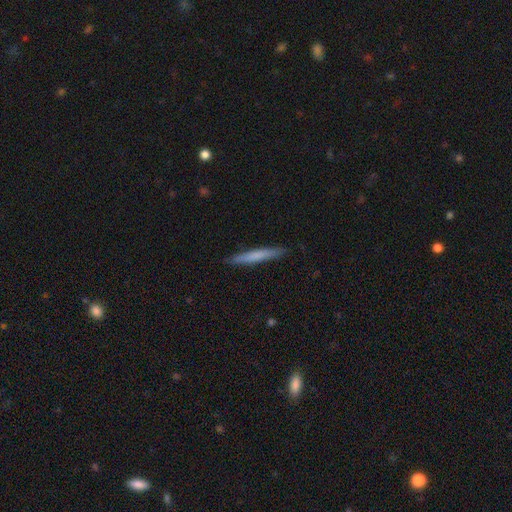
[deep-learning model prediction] smooth-or-featured: smooth: 66% | featured or disk: 28% | star or artifact: 5%
  how-rounded: cigar-shaped: 96% | in between: 3% | round: 1%
  merging: none: 90% | minor disturbance: 8% | major disturbance: 1% | merger: 1%